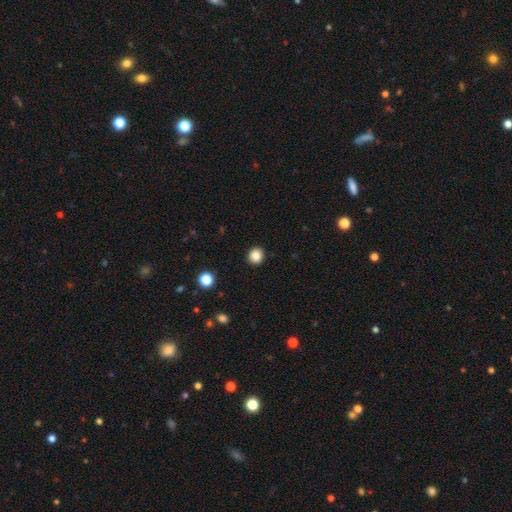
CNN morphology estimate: Overall: smooth (85%). How rounded: round (88%). Merging: none (93%).